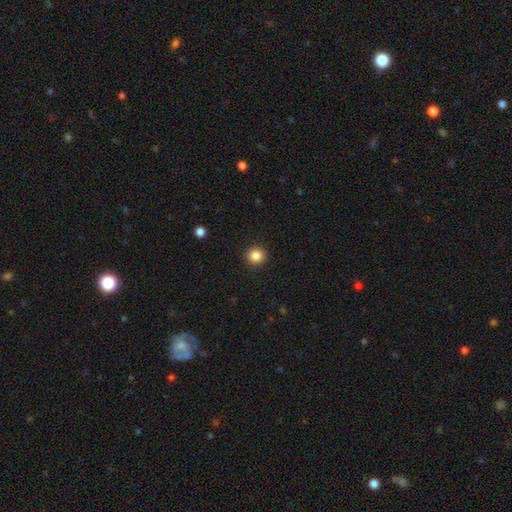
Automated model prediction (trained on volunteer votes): Smooth or featured? smooth (86%)
How rounded? round (91%)
Merging? none (92%)